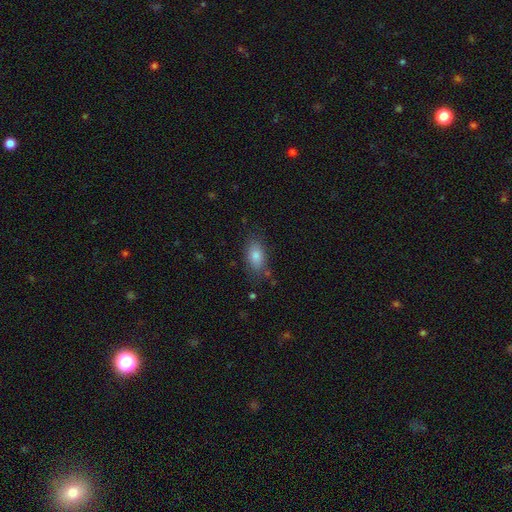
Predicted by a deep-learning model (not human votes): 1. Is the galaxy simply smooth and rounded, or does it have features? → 81% smooth, 10% featured or disk, 9% star or artifact.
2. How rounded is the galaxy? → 88% in between, 8% round, 4% cigar-shaped.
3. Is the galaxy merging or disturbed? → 79% none, 15% minor disturbance, 4% major disturbance, 2% merger.